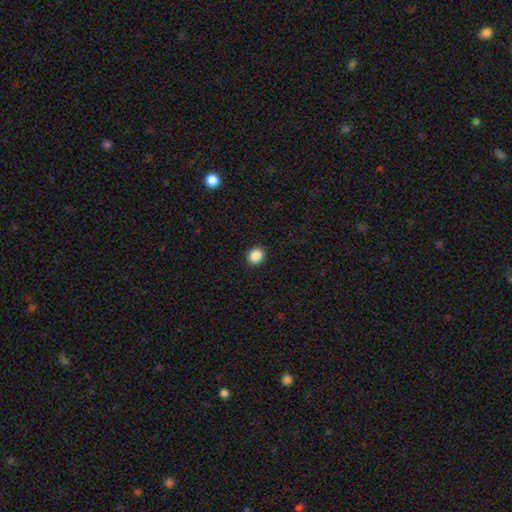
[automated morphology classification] Smooth or featured? Predicted: smooth (p=0.88). How rounded? Predicted: round (p=0.69). Merging? Predicted: none (p=0.92).